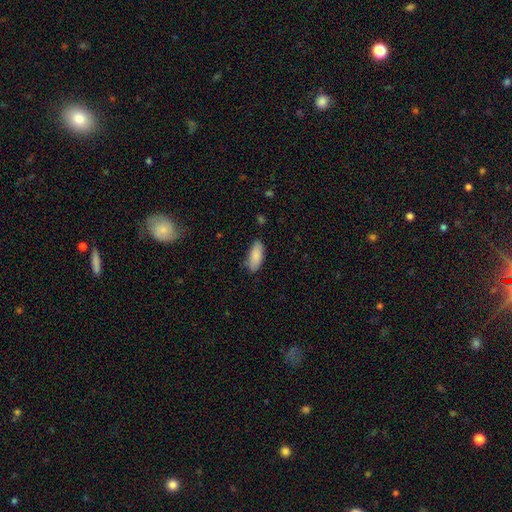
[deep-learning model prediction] The model was most divided on "merging": none: 79%, minor disturbance: 17%, major disturbance: 3%, merger: 1%. More confident: smooth or featured — smooth (88%); how rounded — in between (83%).